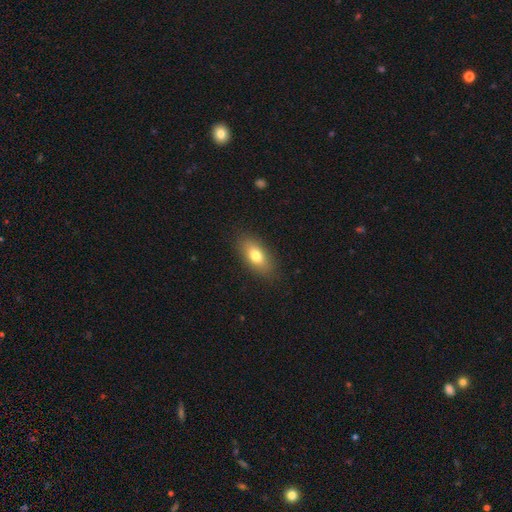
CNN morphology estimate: The model was most divided on "smooth or featured": smooth: 76%, featured or disk: 16%, star or artifact: 8%. More confident: merging — none (86%); how rounded — in between (83%).